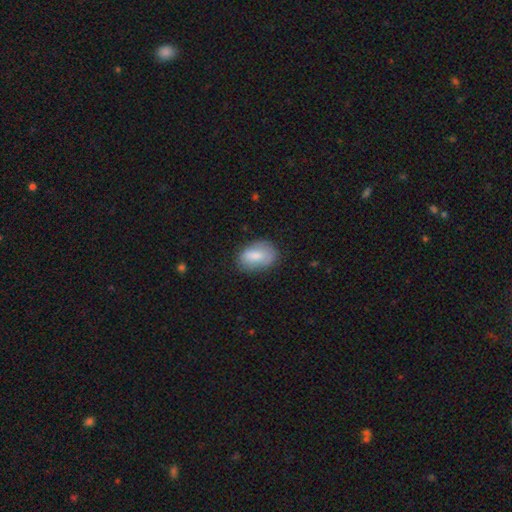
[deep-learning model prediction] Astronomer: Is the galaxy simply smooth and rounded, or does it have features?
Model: smooth — 80%.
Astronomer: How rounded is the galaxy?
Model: in between — 86%.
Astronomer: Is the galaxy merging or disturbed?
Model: none — 70%.